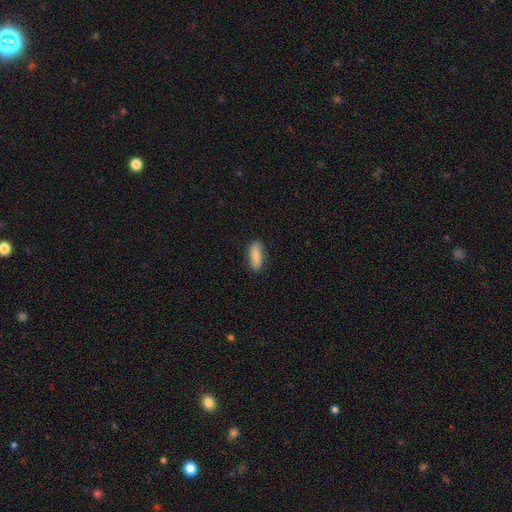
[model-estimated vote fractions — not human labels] Smooth or featured?
  - smooth: 84% *
  - featured or disk: 10%
  - star or artifact: 6%
How rounded?
  - in between: 66% *
  - cigar-shaped: 31%
  - round: 2%
Merging?
  - none: 82% *
  - minor disturbance: 14%
  - major disturbance: 3%
  - merger: 1%